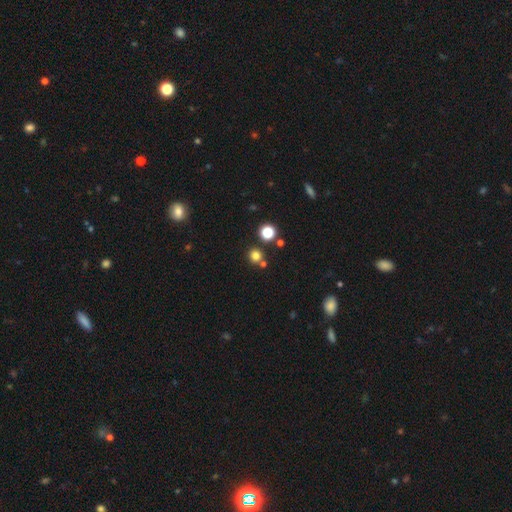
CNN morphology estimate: type=smooth (76%); roundness=round (92%); merging=none (77%).